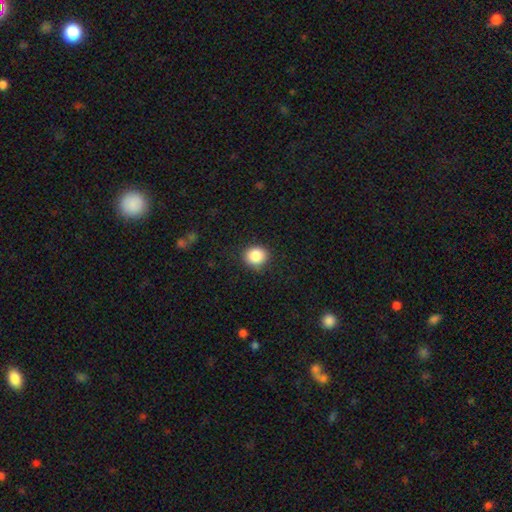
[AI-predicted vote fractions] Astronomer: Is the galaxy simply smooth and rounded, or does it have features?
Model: smooth — 86%.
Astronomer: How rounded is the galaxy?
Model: round — 81%.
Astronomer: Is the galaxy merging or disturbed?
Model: none — 84%.